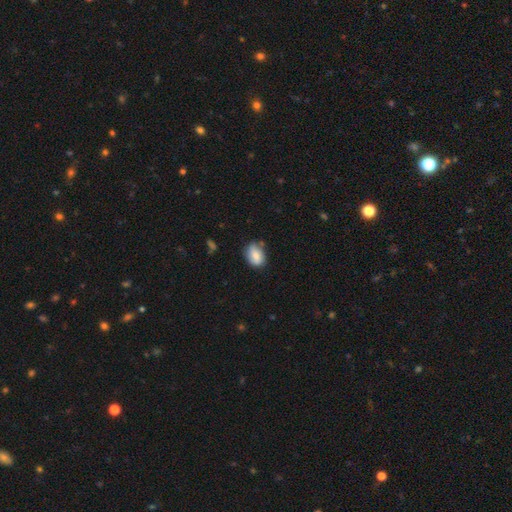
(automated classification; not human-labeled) This is likely a smooth galaxy (76%). How rounded: likely in between (76%). Merging: likely none (64%).